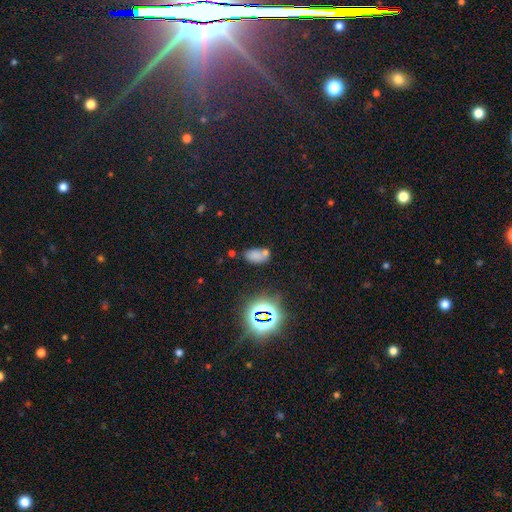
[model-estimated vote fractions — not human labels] smooth_or_featured: smooth (p=0.68) [alt: star or artifact p=0.22]
how_rounded: in between (p=0.90) [alt: round p=0.07]
merging: none (p=0.55) [alt: merger p=0.22]